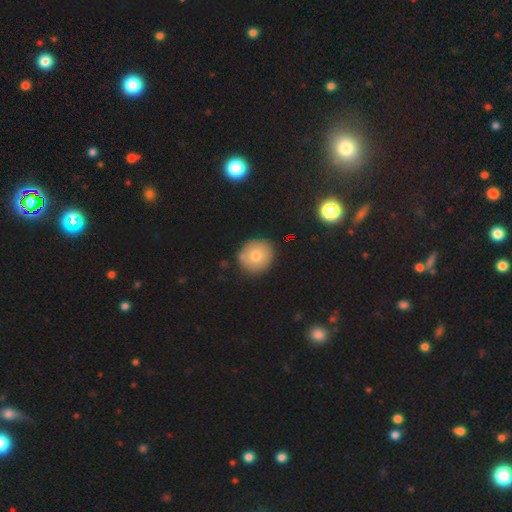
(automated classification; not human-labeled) A smooth galaxy with no disk features (74%) that is round (89%). Merging: none (86%).